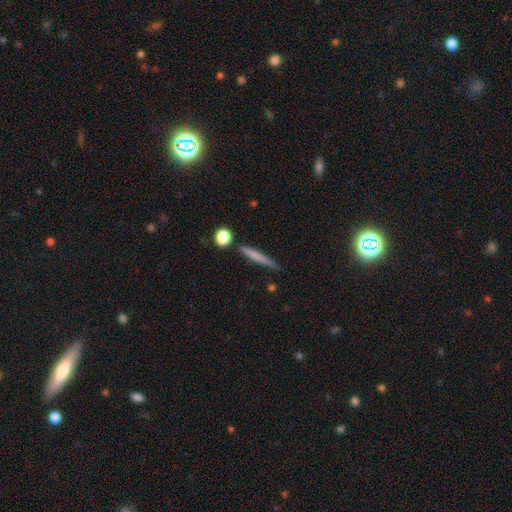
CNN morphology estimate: smooth-or-featured: smooth: 66% | featured or disk: 27% | star or artifact: 7%
  how-rounded: cigar-shaped: 93% | in between: 5% | round: 3%
  merging: none: 78% | minor disturbance: 15% | merger: 4% | major disturbance: 3%